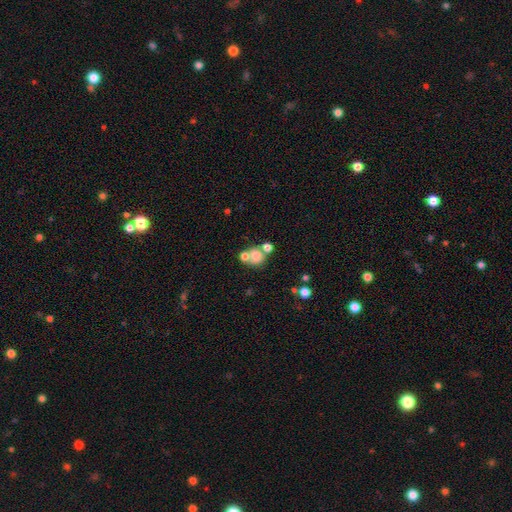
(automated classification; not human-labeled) The model was most divided on "merging": merger: 44%, none: 39%, minor disturbance: 11%, major disturbance: 7%. More confident: smooth or featured — smooth (69%); how rounded — round (68%).